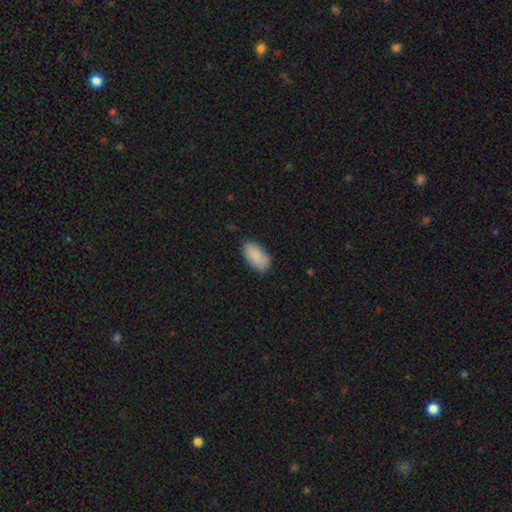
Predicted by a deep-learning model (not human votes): This appears to be a smooth galaxy with no disk features (88%) that is in between round and cigar-shaped (94%). Merging: none (79%).